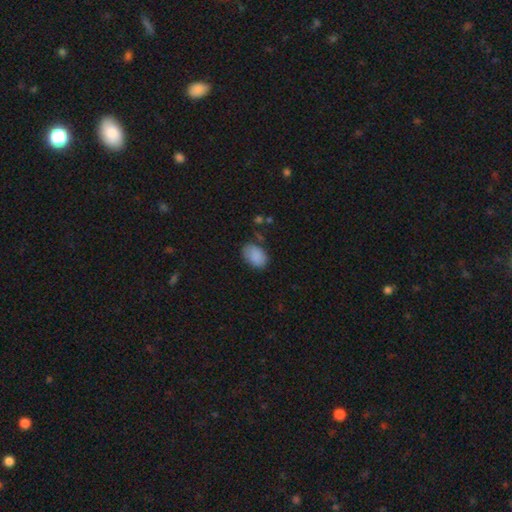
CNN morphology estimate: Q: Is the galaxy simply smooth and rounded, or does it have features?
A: smooth — 87%.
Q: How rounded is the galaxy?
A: in between — 85%.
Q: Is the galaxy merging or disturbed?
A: none — 73%.